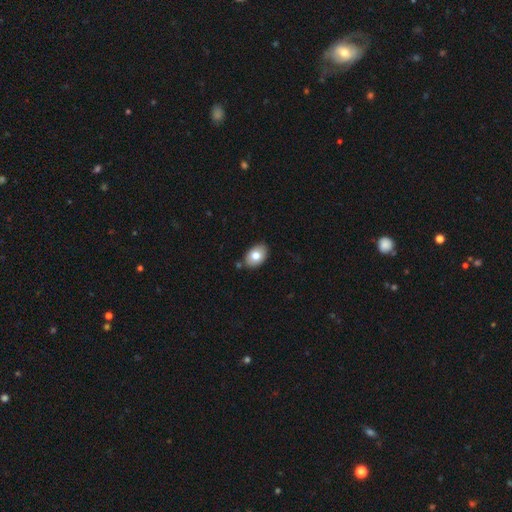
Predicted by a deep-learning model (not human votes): Smooth or featured: smooth — 78% (featured or disk — 14%)
How rounded: in between — 85% (round — 14%)
Merging: none — 83% (minor disturbance — 12%)